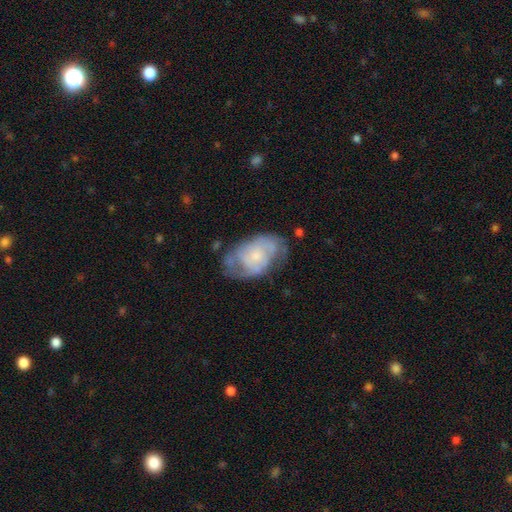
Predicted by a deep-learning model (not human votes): A featured or disk galaxy (67%) with no bar (75%), spiral arms (77%) and a small central bulge (52%). Merging: none (53%).